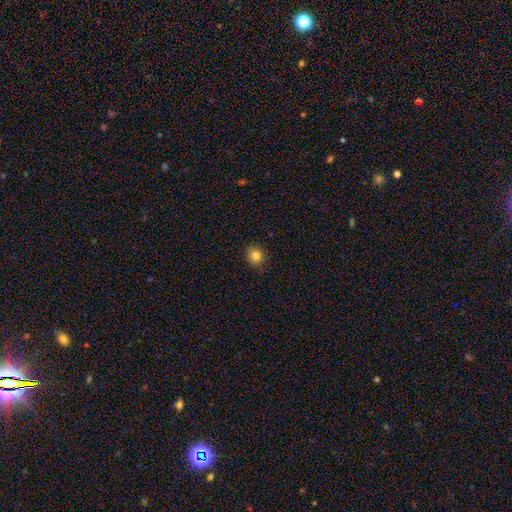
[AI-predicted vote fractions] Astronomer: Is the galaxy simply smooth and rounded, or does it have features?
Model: smooth — 83%.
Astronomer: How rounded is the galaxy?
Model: round — 84%.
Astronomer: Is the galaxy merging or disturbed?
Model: none — 88%.